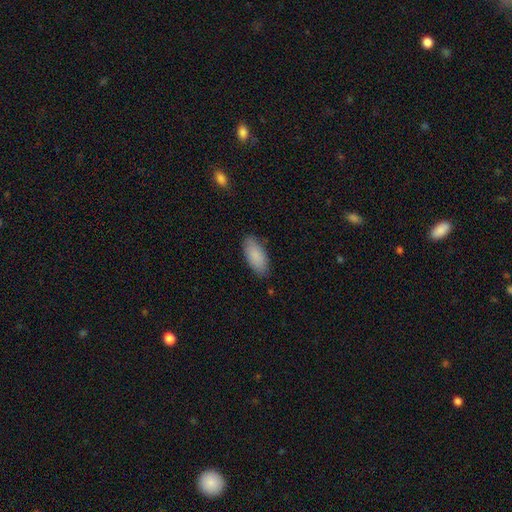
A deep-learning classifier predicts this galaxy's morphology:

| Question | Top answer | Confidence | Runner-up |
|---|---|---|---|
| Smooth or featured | smooth | 88% | featured or disk (6%) |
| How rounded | in between | 87% | cigar-shaped (12%) |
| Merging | none | 83% | minor disturbance (14%) |